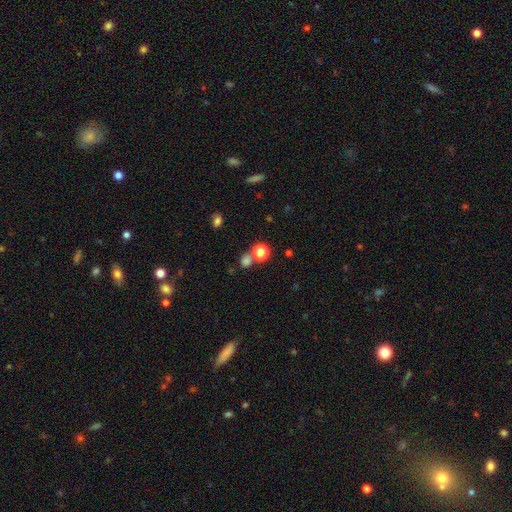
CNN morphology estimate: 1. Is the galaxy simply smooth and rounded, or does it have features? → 47% star or artifact, 42% smooth, 12% featured or disk.